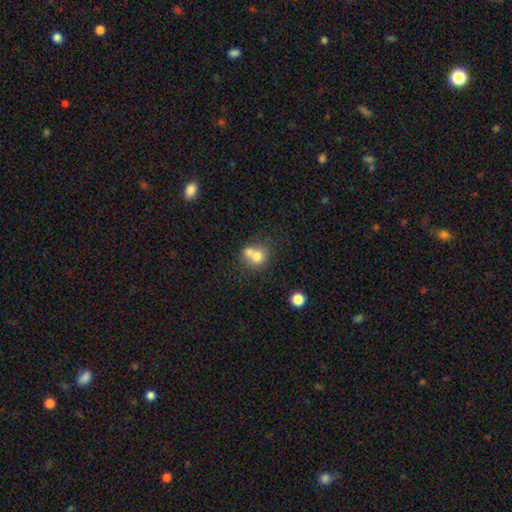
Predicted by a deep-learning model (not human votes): The model was most divided on "merging": merger: 57%, none: 33%, minor disturbance: 7%, major disturbance: 3%. More confident: how rounded — round (78%); smooth or featured — smooth (73%).